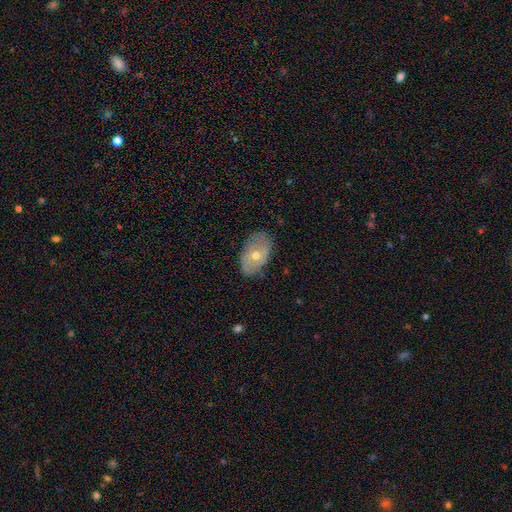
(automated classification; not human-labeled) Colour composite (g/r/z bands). It shows a featured or disk galaxy (53%). Merging: none (75%).